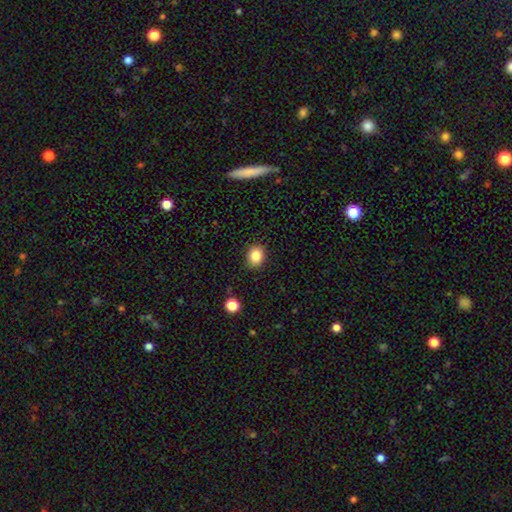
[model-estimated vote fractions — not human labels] smooth 85%, star or artifact 10%, featured or disk 5%. Down the decision tree: how rounded — round (60%); merging — none (88%).